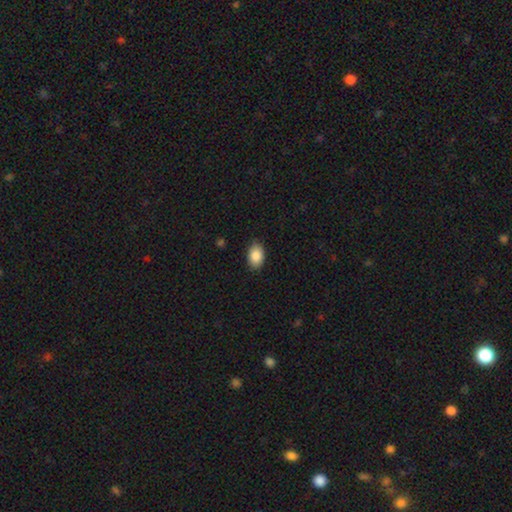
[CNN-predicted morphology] A smooth galaxy with no disk features (88%) that is in between round and cigar-shaped (87%).

Vote fractions:
- Smooth or featured? smooth: 88% / star or artifact: 7% / featured or disk: 5%
- How rounded? in between: 87% / round: 12% / cigar-shaped: 1%
- Merging? none: 85% / minor disturbance: 11% / major disturbance: 2% / merger: 1%